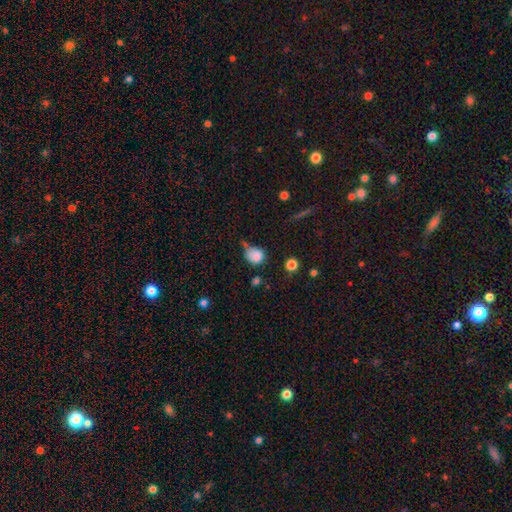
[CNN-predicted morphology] Q: Smooth or featured?
A: smooth (83%); runner-up: star or artifact (11%)
Q: How rounded?
A: round (70%); runner-up: in between (29%)
Q: Merging?
A: none (45%); runner-up: minor disturbance (34%)